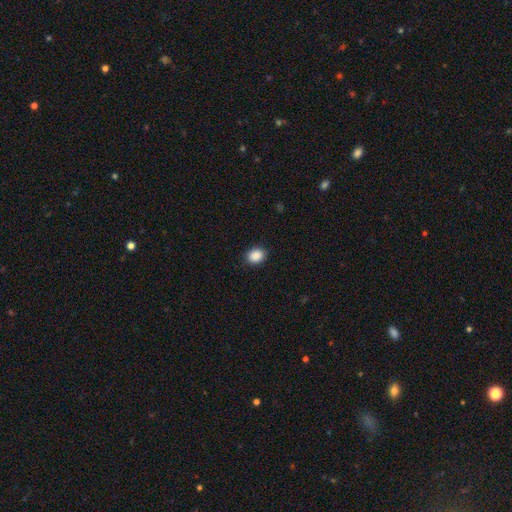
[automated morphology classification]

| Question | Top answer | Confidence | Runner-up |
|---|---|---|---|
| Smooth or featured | smooth | 89% | star or artifact (8%) |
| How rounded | in between | 54% | round (45%) |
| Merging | none | 89% | minor disturbance (8%) |